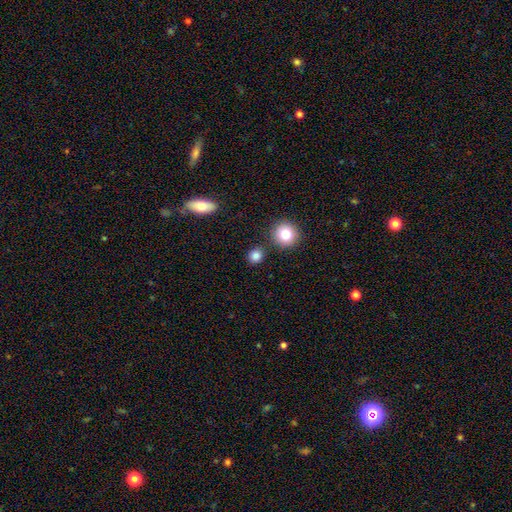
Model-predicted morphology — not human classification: type=smooth (83%); roundness=round (84%); merging=none (84%).